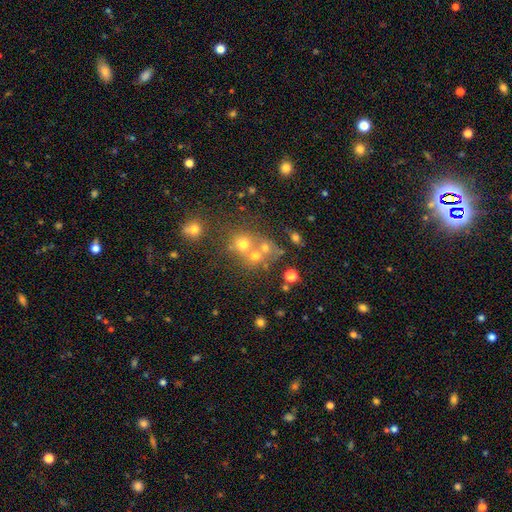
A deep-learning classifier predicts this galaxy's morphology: This is likely a smooth galaxy (61%). How rounded: likely round (77%). Merging: possibly merger (46%).